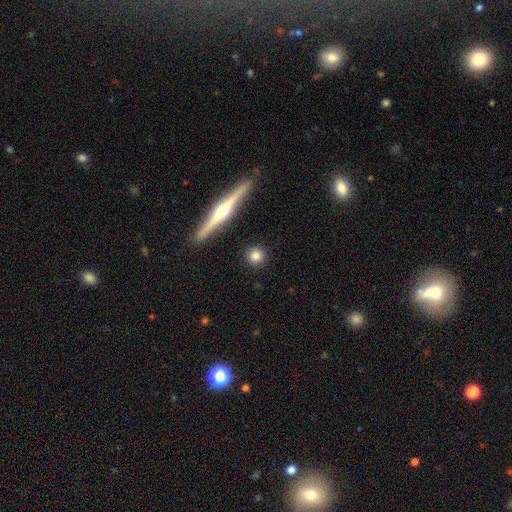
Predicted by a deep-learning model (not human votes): Smooth or featured? Predicted: smooth (p=0.80). How rounded? Predicted: round (p=0.92). Merging? Predicted: none (p=0.91).